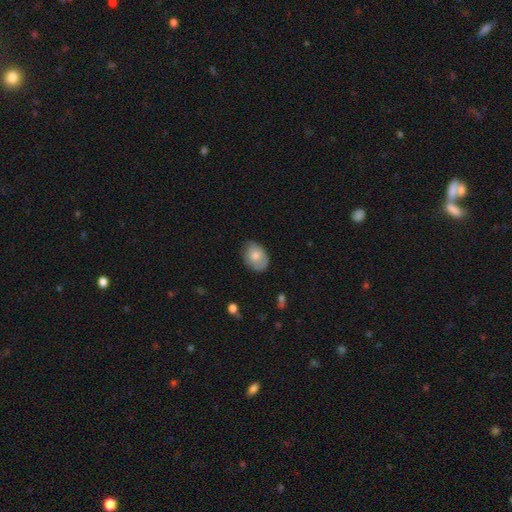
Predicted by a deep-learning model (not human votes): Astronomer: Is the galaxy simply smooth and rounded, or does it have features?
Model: smooth — 73%.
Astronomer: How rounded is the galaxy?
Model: in between — 71%.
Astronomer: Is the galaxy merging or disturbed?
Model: none — 67%.